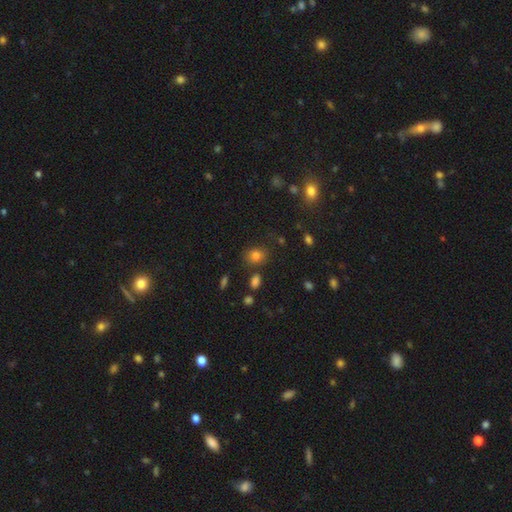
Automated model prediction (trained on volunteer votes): Overall: smooth (80%). How rounded: in between (50%; round 49%). Merging: none (75%).